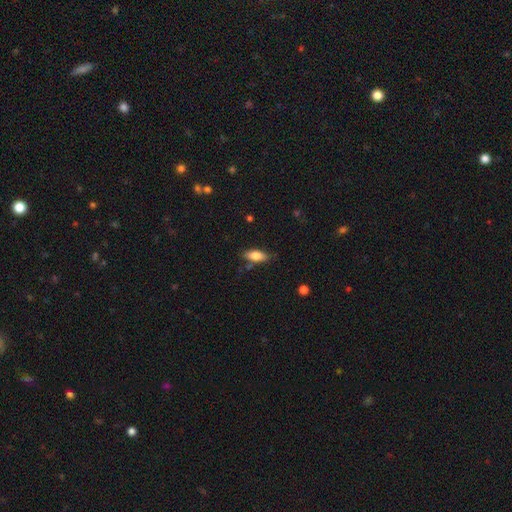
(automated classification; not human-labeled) smooth 76%, featured or disk 17%, star or artifact 7%. Down the decision tree: how rounded — in between (77%); merging — none (77%).